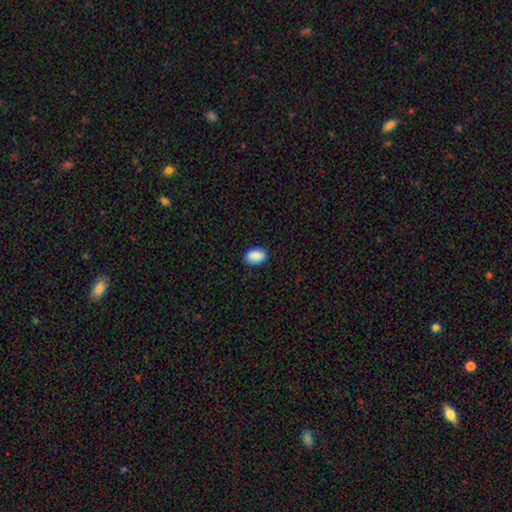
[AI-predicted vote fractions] A smooth galaxy with no disk features (89%) that is in between round and cigar-shaped (91%).

Vote fractions:
- Smooth or featured? smooth: 89% / star or artifact: 7% / featured or disk: 4%
- How rounded? in between: 91% / round: 8% / cigar-shaped: 1%
- Merging? none: 88% / minor disturbance: 9% / major disturbance: 2% / merger: 1%